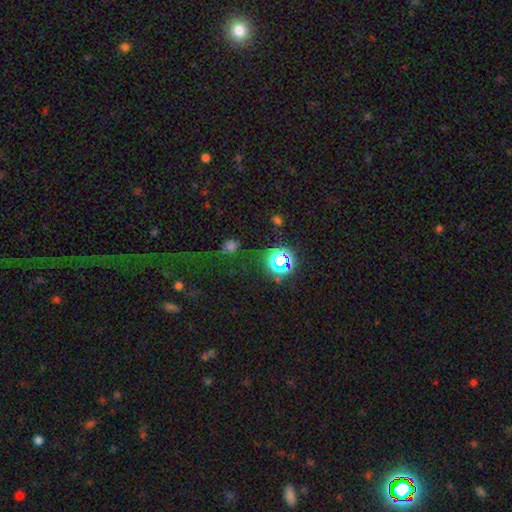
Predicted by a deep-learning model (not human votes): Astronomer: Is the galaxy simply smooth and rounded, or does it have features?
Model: star or artifact — 62%.